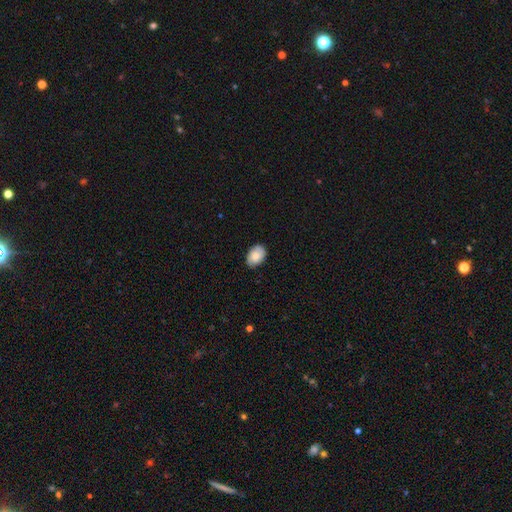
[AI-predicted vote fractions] This appears to be a smooth galaxy with no disk features (83%) that is in between round and cigar-shaped (84%). Merging: none (83%).